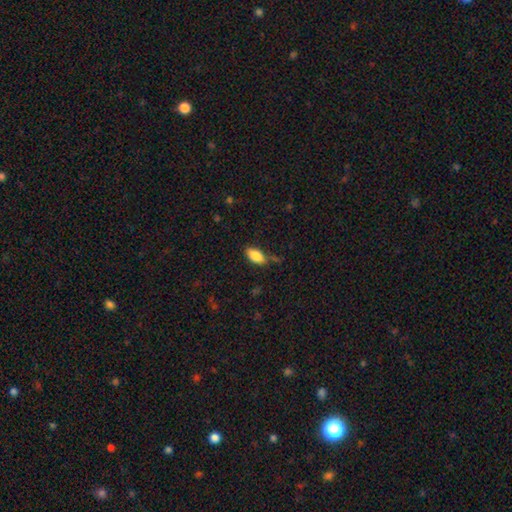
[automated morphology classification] Smooth or featured?
  - smooth: 85% *
  - featured or disk: 8%
  - star or artifact: 7%
How rounded?
  - in between: 90% *
  - cigar-shaped: 7%
  - round: 3%
Merging?
  - none: 71% *
  - minor disturbance: 21%
  - major disturbance: 5%
  - merger: 3%